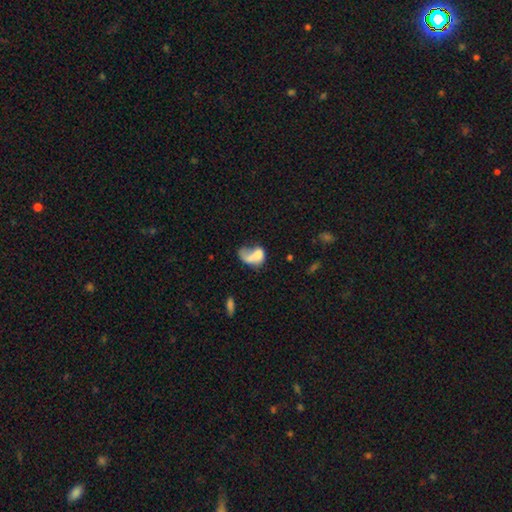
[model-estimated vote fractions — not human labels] Smooth or featured? smooth (58%)
How rounded? in between (80%)
Merging? major disturbance (43%)